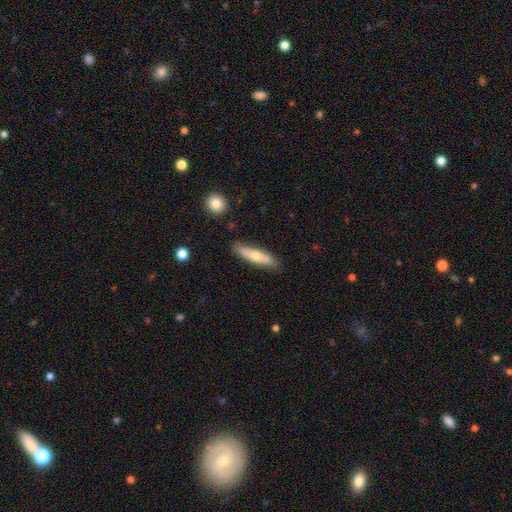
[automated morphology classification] smooth 56%, featured or disk 38%, star or artifact 6%. Down the decision tree: how rounded — cigar-shaped (78%); merging — none (84%).